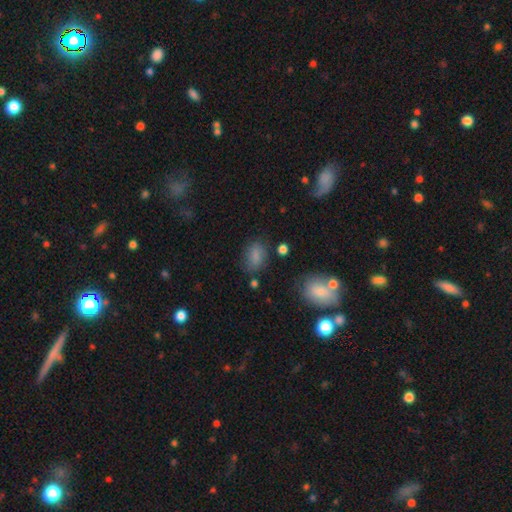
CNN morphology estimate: A smooth galaxy with no disk features (82%) that is in between round and cigar-shaped (82%). Merging: none (71%).